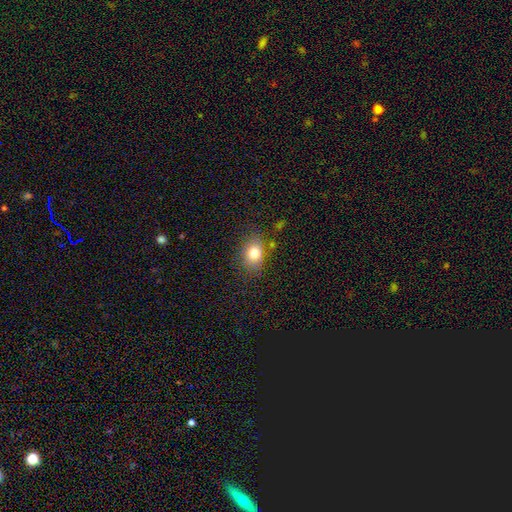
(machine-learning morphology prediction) This is likely a smooth galaxy (77%). How rounded: possibly in between (54%). Merging: clearly none (81%).